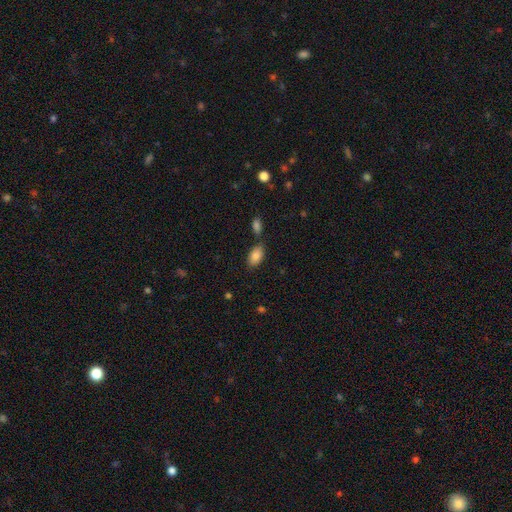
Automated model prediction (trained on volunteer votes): The model was most divided on "merging": none: 72%, minor disturbance: 13%, merger: 12%, major disturbance: 3%. More confident: how rounded — in between (94%); smooth or featured — smooth (85%).